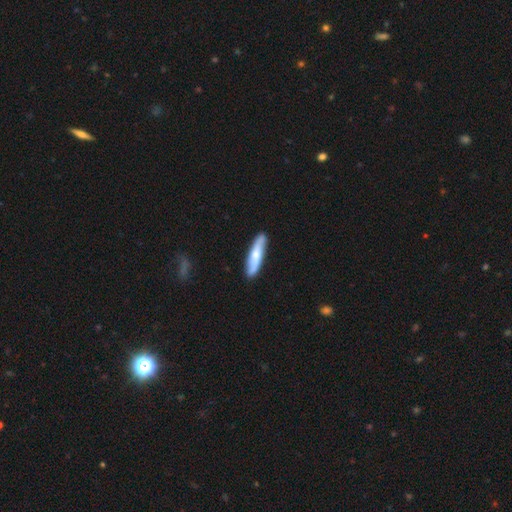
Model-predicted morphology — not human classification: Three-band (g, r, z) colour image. It shows a smooth galaxy with no disk features (58%) that is cigar-shaped (80%). Merging: none (88%).